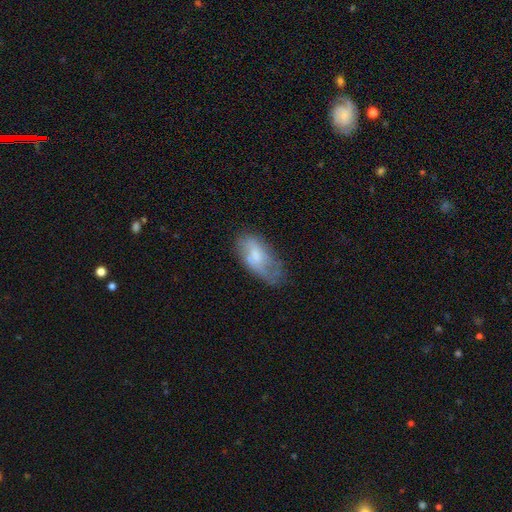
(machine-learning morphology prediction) smooth_or_featured: smooth (p=0.56) [alt: featured or disk p=0.37]
how_rounded: in between (p=0.90) [alt: cigar-shaped p=0.07]
merging: none (p=0.43) [alt: minor disturbance p=0.34]